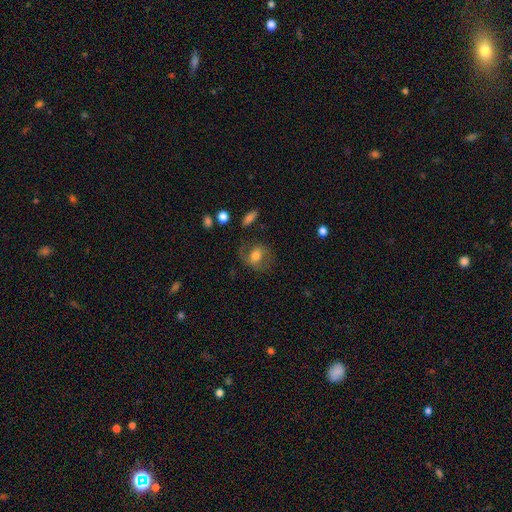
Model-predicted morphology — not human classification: A smooth galaxy with no disk features (50%).

Vote fractions:
- Smooth or featured? smooth: 50% / featured or disk: 41% / star or artifact: 9%
- Merging? none: 66% / minor disturbance: 19% / major disturbance: 13% / merger: 2%